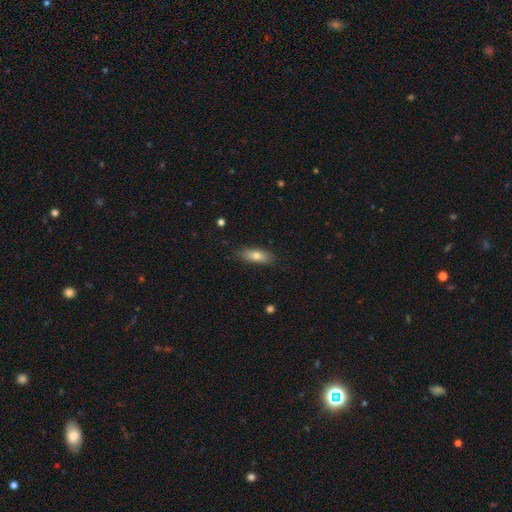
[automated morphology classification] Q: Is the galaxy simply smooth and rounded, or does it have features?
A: smooth — 71%.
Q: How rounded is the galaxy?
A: in between — 65%.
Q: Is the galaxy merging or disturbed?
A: none — 82%.